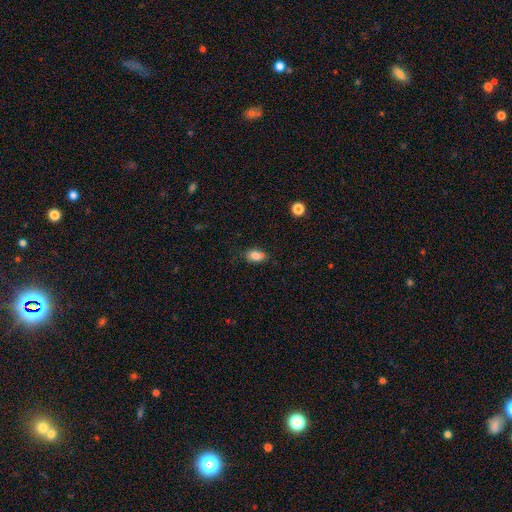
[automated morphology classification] This is clearly a smooth galaxy (83%). How rounded: clearly in between (85%). Merging: likely none (69%).